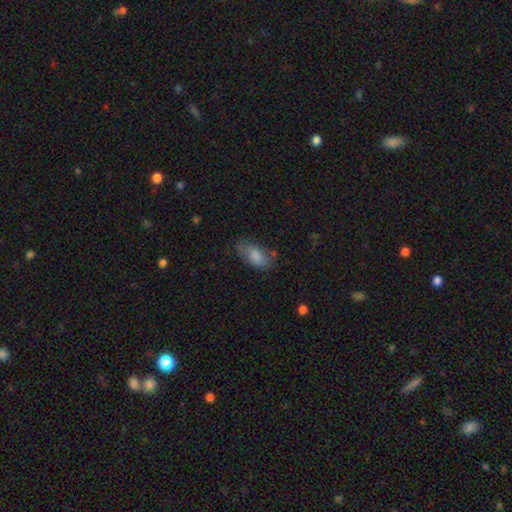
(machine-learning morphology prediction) Smooth or featured: smooth — 82% (featured or disk — 11%)
How rounded: in between — 91% (cigar-shaped — 6%)
Merging: none — 65% (minor disturbance — 25%)